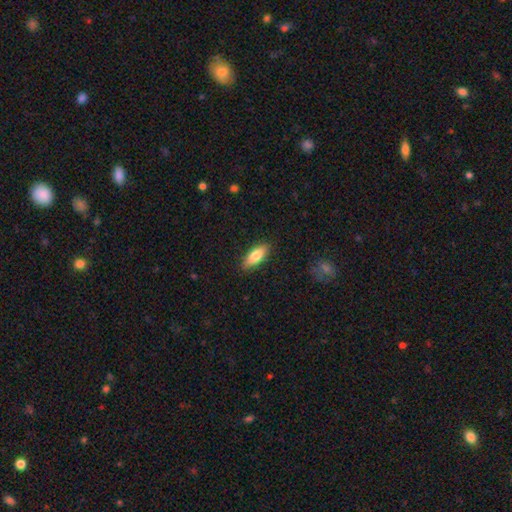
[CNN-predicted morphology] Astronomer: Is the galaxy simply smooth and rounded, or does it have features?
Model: smooth — 79%.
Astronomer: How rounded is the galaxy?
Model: in between — 71%.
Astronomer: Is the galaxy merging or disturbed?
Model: none — 87%.